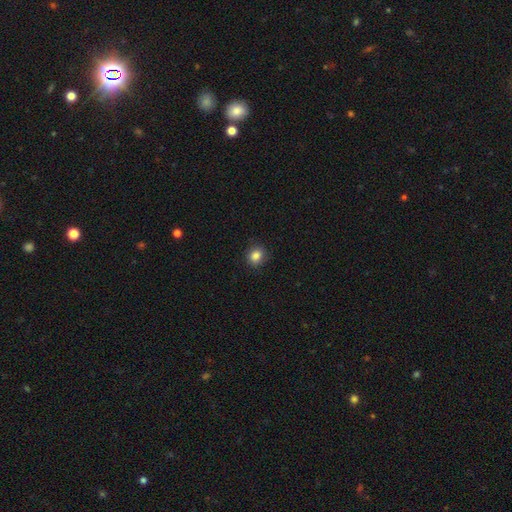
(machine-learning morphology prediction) smooth-or-featured: smooth: 85% | star or artifact: 10% | featured or disk: 5%
  how-rounded: round: 70% | in between: 29% | cigar-shaped: 1%
  merging: none: 88% | minor disturbance: 9% | major disturbance: 2% | merger: 1%